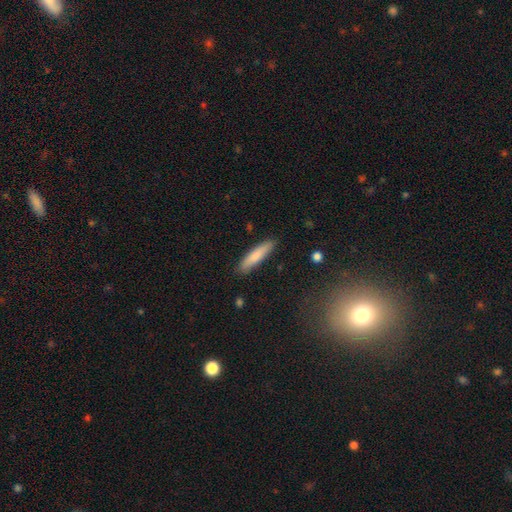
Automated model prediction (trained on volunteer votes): Smooth or featured: smooth — 79% (featured or disk — 15%)
How rounded: cigar-shaped — 80% (in between — 18%)
Merging: none — 88% (minor disturbance — 9%)